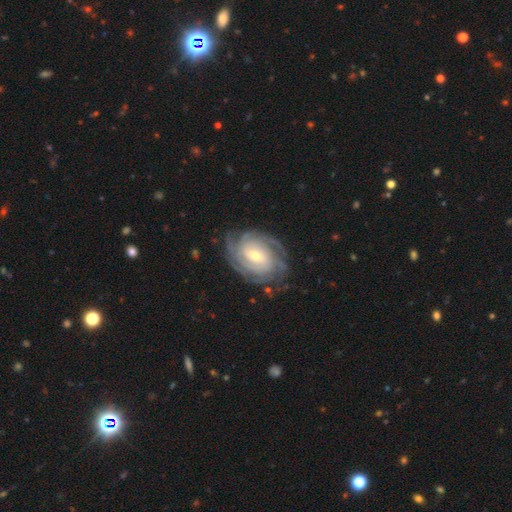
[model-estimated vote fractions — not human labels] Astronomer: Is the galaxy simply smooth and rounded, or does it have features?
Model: featured or disk — 89%.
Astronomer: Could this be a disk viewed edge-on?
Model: no — 97%.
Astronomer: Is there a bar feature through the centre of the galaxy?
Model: weak — 44% (runner-up: no, 41%).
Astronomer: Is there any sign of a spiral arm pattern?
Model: yes — 97%.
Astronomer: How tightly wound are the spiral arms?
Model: tight — 74%.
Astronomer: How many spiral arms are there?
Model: can't tell — 28% (runner-up: 4, 27%).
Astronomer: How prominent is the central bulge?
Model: small — 53% (runner-up: moderate, 43%).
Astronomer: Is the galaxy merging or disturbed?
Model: none — 79%.